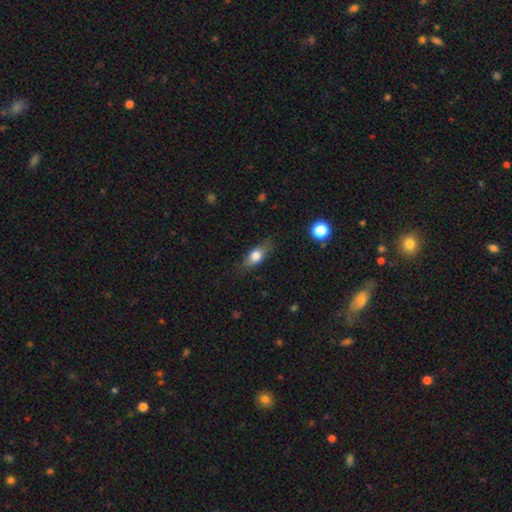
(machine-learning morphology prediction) This appears to be a smooth galaxy with no disk features (74%) that is in between round and cigar-shaped (75%). Merging: none (76%).